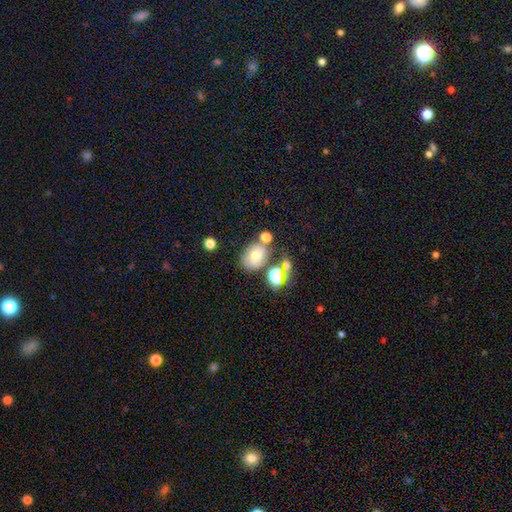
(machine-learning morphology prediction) The model was most divided on "how rounded": in between: 58%, round: 41%, cigar-shaped: 1%. More confident: smooth or featured — smooth (67%); merging — none (56%).